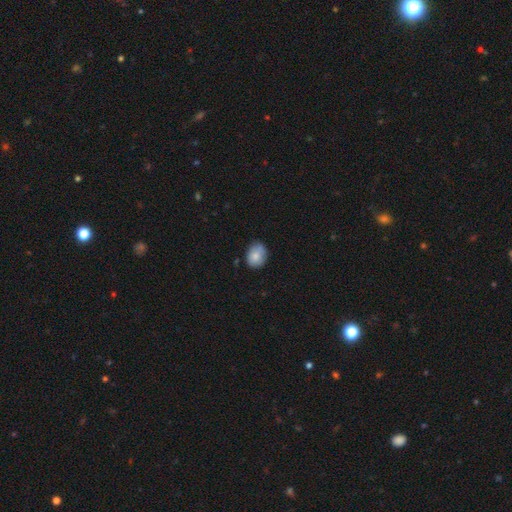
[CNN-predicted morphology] Q: Smooth or featured?
A: smooth (81%); runner-up: featured or disk (11%)
Q: How rounded?
A: in between (56%); runner-up: round (43%)
Q: Merging?
A: none (69%); runner-up: minor disturbance (25%)